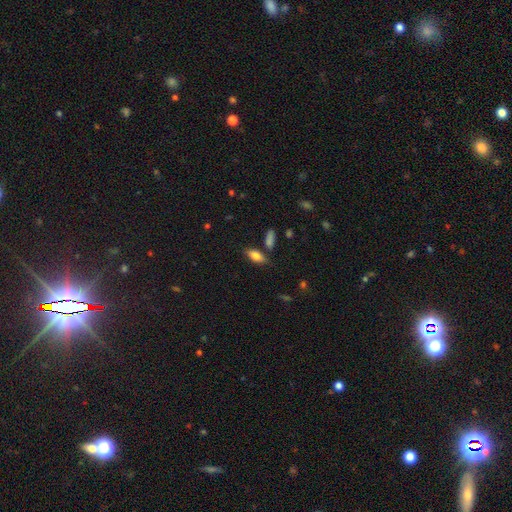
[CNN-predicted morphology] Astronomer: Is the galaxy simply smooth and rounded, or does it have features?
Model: smooth — 81%.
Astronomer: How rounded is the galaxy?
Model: in between — 84%.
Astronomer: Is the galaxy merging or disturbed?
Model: none — 75%.